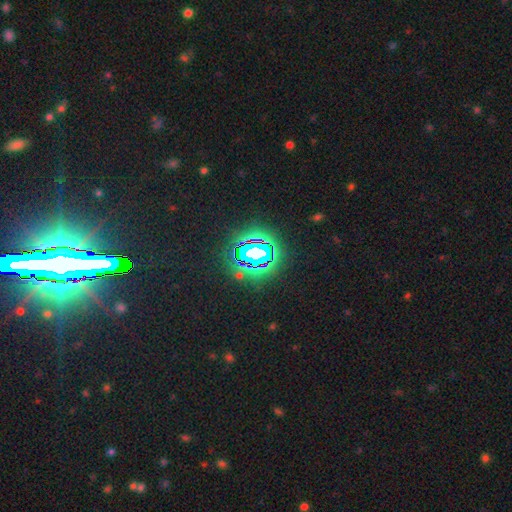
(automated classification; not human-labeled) Smooth or featured? star or artifact (73%)